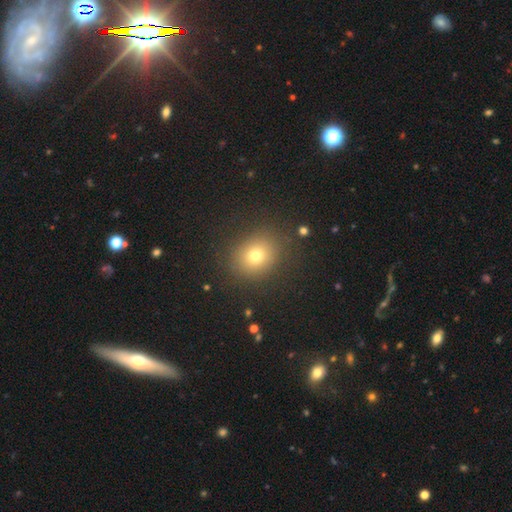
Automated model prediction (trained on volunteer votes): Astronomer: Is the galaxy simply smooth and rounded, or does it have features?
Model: smooth — 72%.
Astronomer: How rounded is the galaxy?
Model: round — 73%.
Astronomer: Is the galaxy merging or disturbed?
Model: none — 87%.